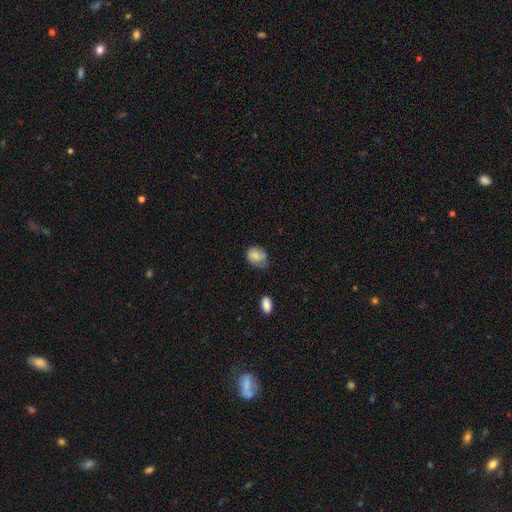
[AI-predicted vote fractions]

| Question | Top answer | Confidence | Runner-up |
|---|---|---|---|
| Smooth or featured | smooth | 80% | featured or disk (12%) |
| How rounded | in between | 55% | round (44%) |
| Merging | none | 50% | minor disturbance (37%) |